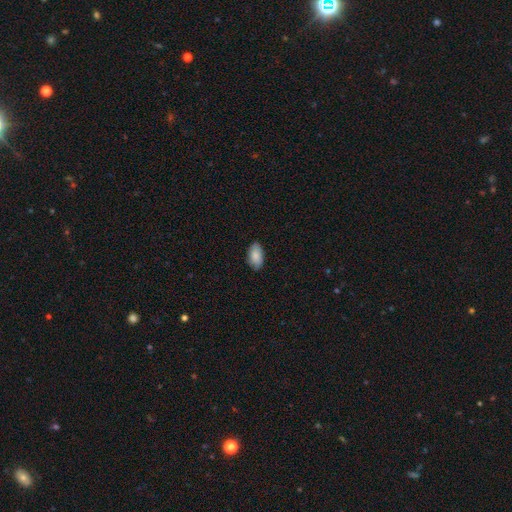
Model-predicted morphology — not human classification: Smooth or featured? Predicted: smooth (p=0.85). How rounded? Predicted: in between (p=0.94). Merging? Predicted: none (p=0.84).